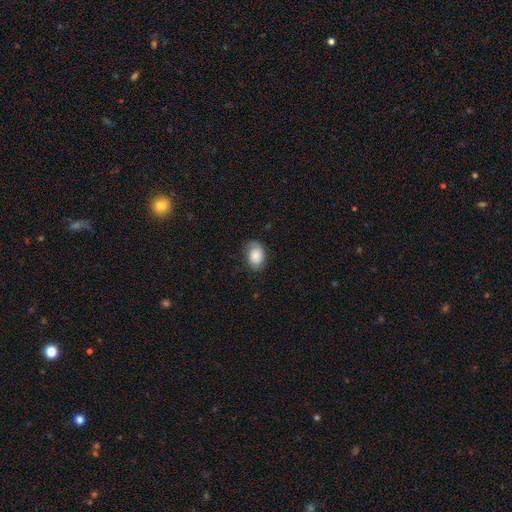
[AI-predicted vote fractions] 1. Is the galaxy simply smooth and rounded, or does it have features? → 72% smooth, 20% featured or disk, 8% star or artifact.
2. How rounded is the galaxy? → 75% in between, 24% round, 1% cigar-shaped.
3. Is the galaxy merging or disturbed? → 71% none, 22% minor disturbance, 6% major disturbance, 1% merger.